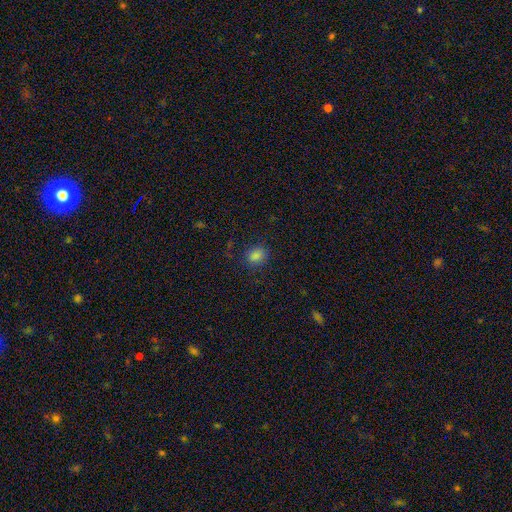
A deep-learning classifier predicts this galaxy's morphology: smooth 82%, star or artifact 14%, featured or disk 4%. Down the decision tree: how rounded — round (51%); merging — none (82%).